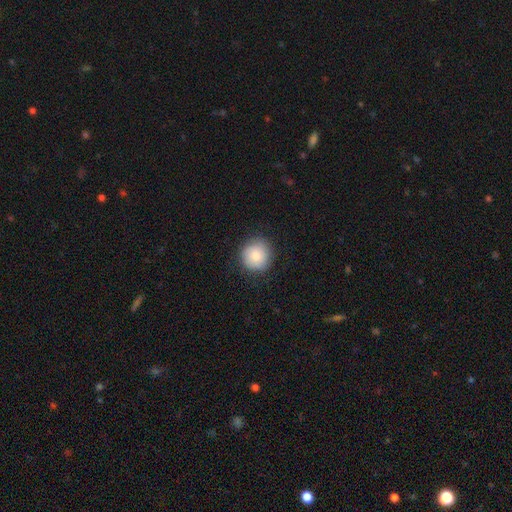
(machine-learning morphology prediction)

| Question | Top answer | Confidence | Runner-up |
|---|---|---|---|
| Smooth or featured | smooth | 84% | featured or disk (9%) |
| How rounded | round | 94% | in between (5%) |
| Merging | none | 86% | minor disturbance (10%) |